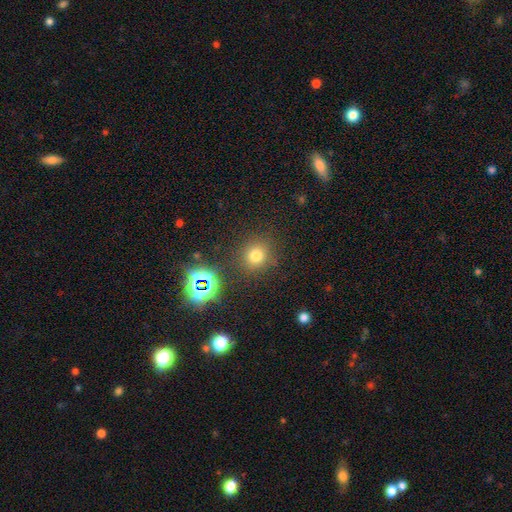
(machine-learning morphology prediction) Q: Smooth or featured?
A: smooth (71%); runner-up: star or artifact (22%)
Q: How rounded?
A: round (89%); runner-up: in between (10%)
Q: Merging?
A: none (85%); runner-up: minor disturbance (8%)